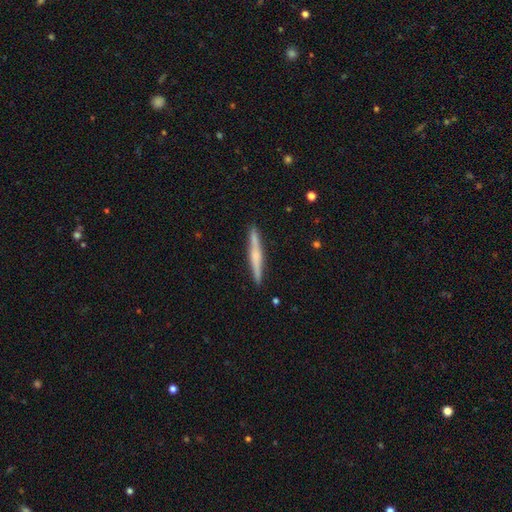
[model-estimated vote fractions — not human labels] Smooth or featured: featured or disk — 59% (smooth — 35%)
Edge-on disk: yes — 98% (no — 2%)
Edge-on bulge: rounded — 61% (none — 23%)
Merging: none — 90% (minor disturbance — 7%)